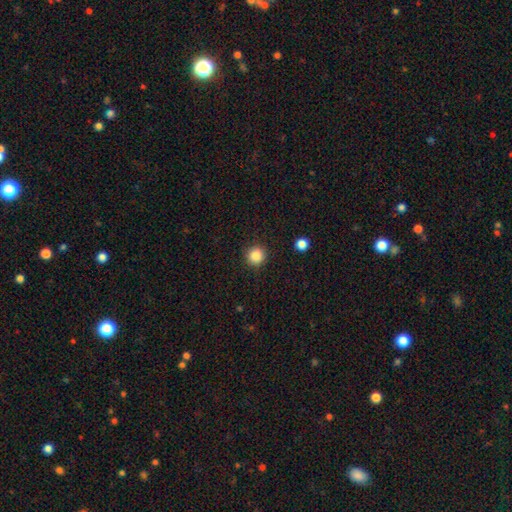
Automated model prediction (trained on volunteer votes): Smooth or featured?
  - smooth: 86% *
  - star or artifact: 10%
  - featured or disk: 4%
How rounded?
  - round: 94% *
  - in between: 5%
  - cigar-shaped: 1%
Merging?
  - none: 91% *
  - minor disturbance: 6%
  - major disturbance: 2%
  - merger: 1%